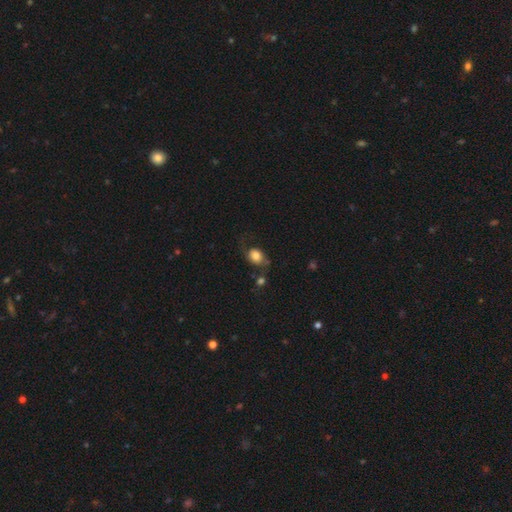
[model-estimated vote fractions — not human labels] Morphology: type=smooth (72%); roundness=round (52%); merging=none (48%).